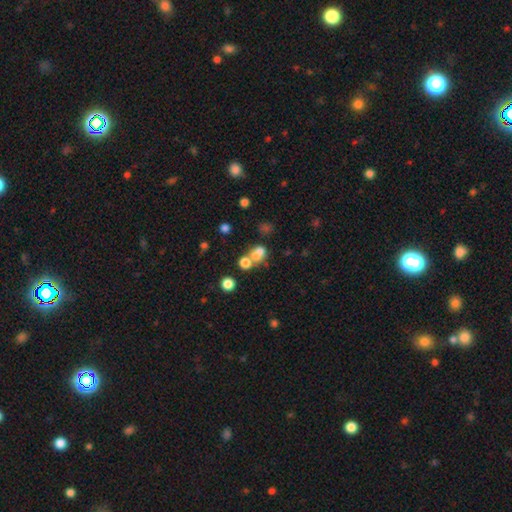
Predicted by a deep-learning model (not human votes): smooth-or-featured: smooth: 67% | featured or disk: 17% | star or artifact: 17%
  how-rounded: round: 59% | in between: 40% | cigar-shaped: 2%
  merging: merger: 53% | none: 33% | minor disturbance: 8% | major disturbance: 6%